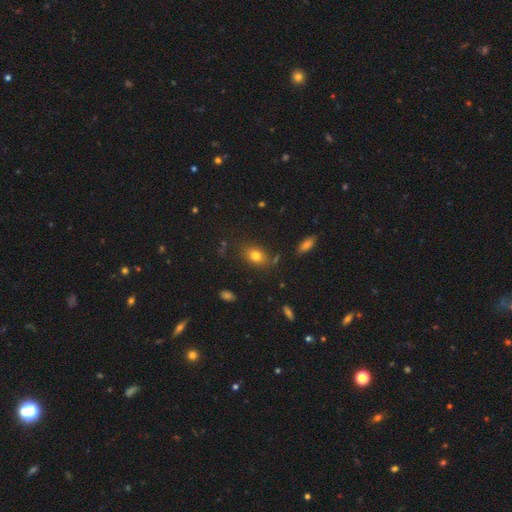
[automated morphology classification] A smooth galaxy with no disk features (78%) that is in between round and cigar-shaped (73%). Merging: none (77%).